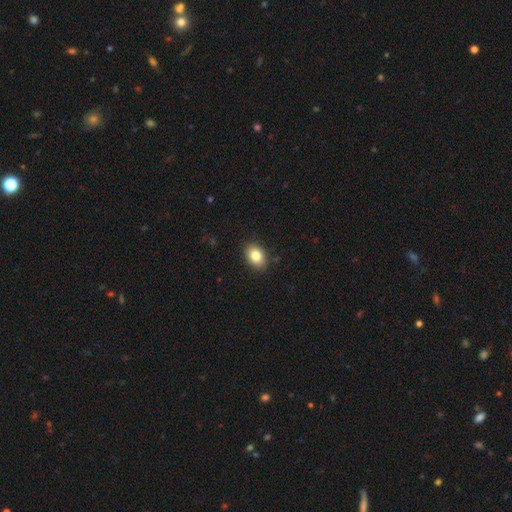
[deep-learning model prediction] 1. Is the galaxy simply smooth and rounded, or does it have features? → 83% smooth, 9% featured or disk, 9% star or artifact.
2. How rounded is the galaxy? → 78% in between, 21% round, 1% cigar-shaped.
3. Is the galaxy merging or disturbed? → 87% none, 9% minor disturbance, 2% major disturbance, 1% merger.